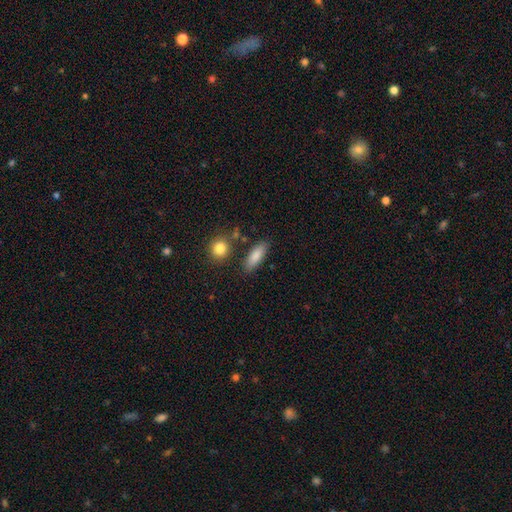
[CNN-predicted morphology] smooth_or_featured: smooth (p=0.85) [alt: featured or disk p=0.09]
how_rounded: in between (p=0.66) [alt: cigar-shaped p=0.31]
merging: none (p=0.80) [alt: minor disturbance p=0.12]